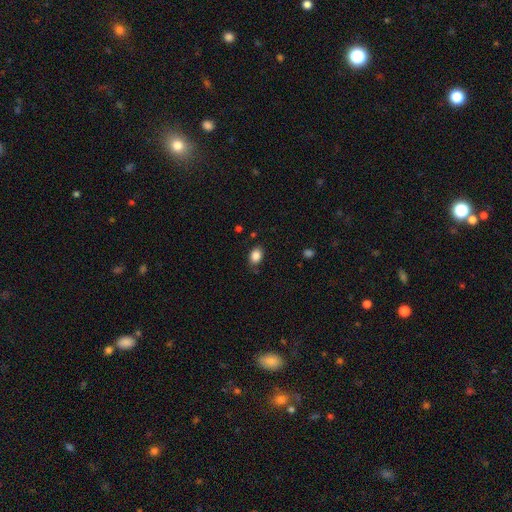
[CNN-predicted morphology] Q: Smooth or featured?
A: smooth (86%); runner-up: star or artifact (9%)
Q: How rounded?
A: in between (77%); runner-up: round (22%)
Q: Merging?
A: none (79%); runner-up: minor disturbance (16%)